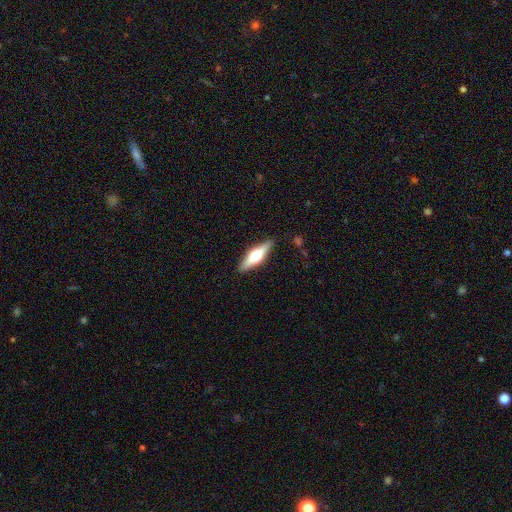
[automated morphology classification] The model was most divided on "smooth or featured": featured or disk: 57%, smooth: 38%, star or artifact: 6%. More confident: edge-on disk — yes (95%); edge-on bulge — rounded (93%); merging — none (88%).